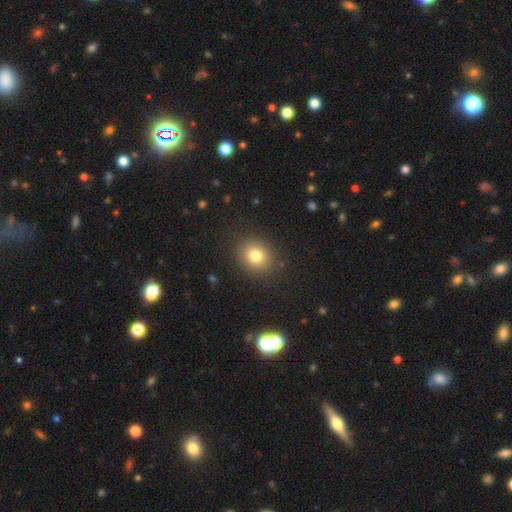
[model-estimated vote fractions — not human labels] The model was most divided on "how rounded": round: 72%, in between: 27%, cigar-shaped: 1%. More confident: merging — none (87%); smooth or featured — smooth (79%).